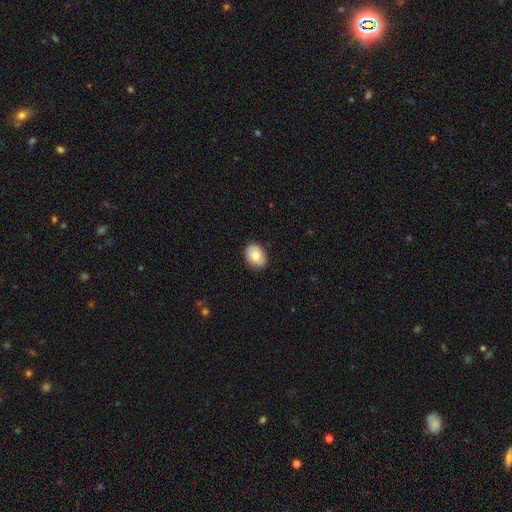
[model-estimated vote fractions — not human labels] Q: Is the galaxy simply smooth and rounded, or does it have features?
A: smooth — 72%.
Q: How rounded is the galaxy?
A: in between — 70%.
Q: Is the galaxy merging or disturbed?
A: none — 85%.